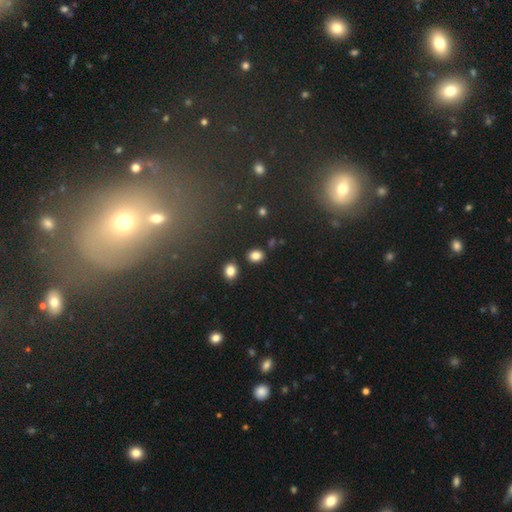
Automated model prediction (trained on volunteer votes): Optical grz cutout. It shows a smooth galaxy with no disk features (82%) that is in between round and cigar-shaped (55%). Merging: none (81%).